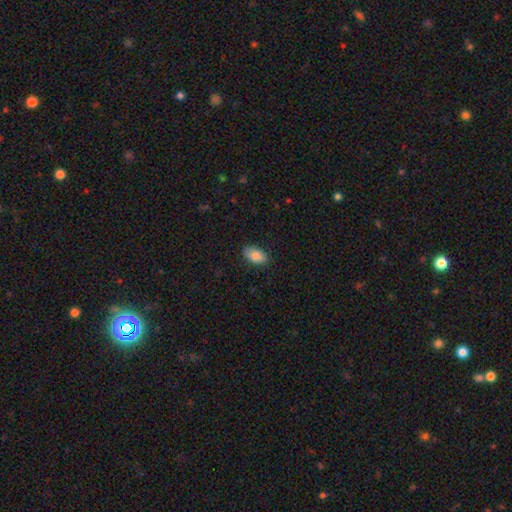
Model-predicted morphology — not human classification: This appears to be a smooth galaxy with no disk features (85%) that is in between round and cigar-shaped (93%). Merging: none (85%).